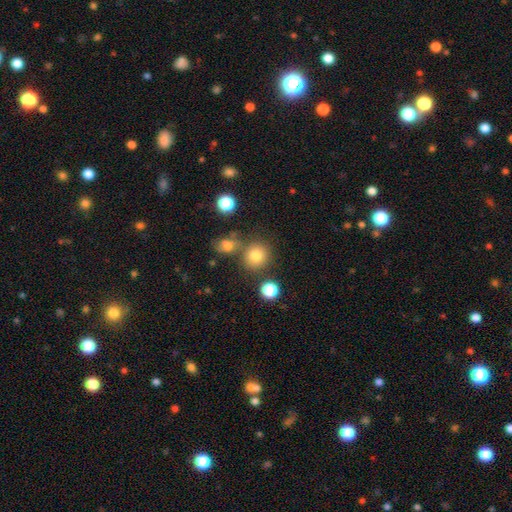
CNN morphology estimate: Overall: smooth (77%). How rounded: round (86%). Merging: none (72%).